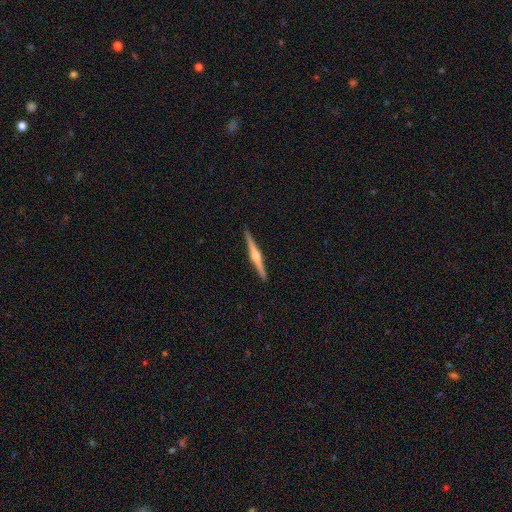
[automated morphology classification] smooth-or-featured: featured or disk: 80% | smooth: 15% | star or artifact: 5%
  disk-edge-on: yes: 99% | no: 1%
    edge-on-bulge: rounded: 92% | boxy: 4% | none: 3%
  merging: none: 93% | minor disturbance: 5% | major disturbance: 1% | merger: 1%